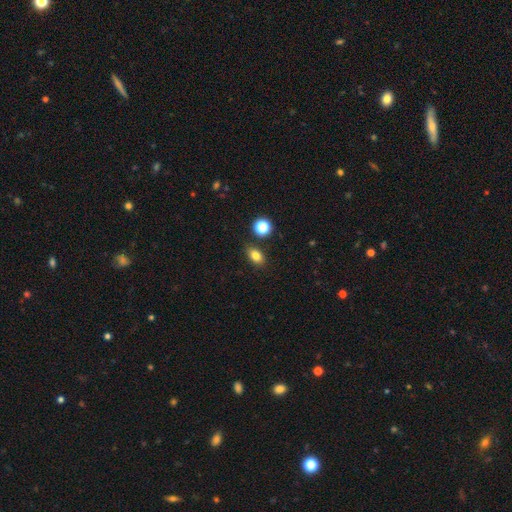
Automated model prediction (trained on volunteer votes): A smooth galaxy with no disk features (80%) that is in between round and cigar-shaped (79%).

Vote fractions:
- Smooth or featured? smooth: 80% / star or artifact: 12% / featured or disk: 8%
- How rounded? in between: 79% / round: 18% / cigar-shaped: 3%
- Merging? none: 81% / minor disturbance: 11% / merger: 5% / major disturbance: 3%